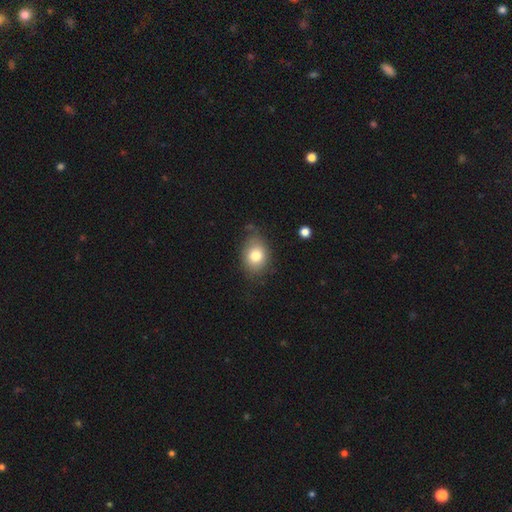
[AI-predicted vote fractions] A smooth galaxy with no disk features (79%) that is in between round and cigar-shaped (60%).

Vote fractions:
- Smooth or featured? smooth: 79% / featured or disk: 13% / star or artifact: 9%
- How rounded? in between: 60% / round: 38% / cigar-shaped: 1%
- Merging? none: 68% / minor disturbance: 23% / major disturbance: 6% / merger: 2%